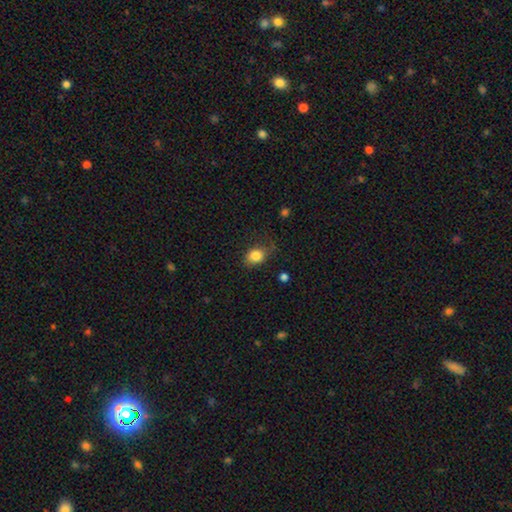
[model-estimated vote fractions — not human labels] Smooth or featured? smooth (83%)
How rounded? in between (53%)
Merging? none (66%)